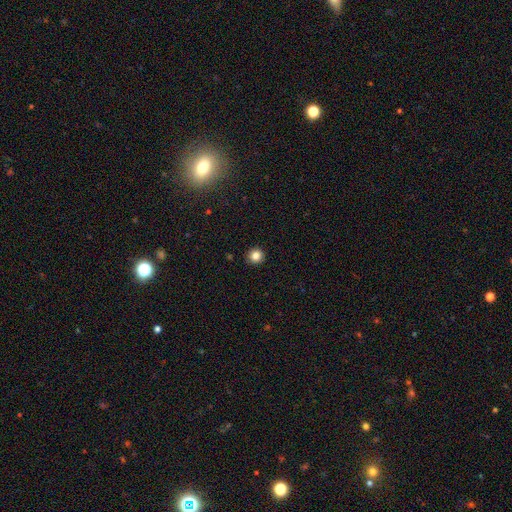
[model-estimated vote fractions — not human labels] Smooth or featured? Predicted: smooth (p=0.84). How rounded? Predicted: round (p=0.94). Merging? Predicted: none (p=0.93).